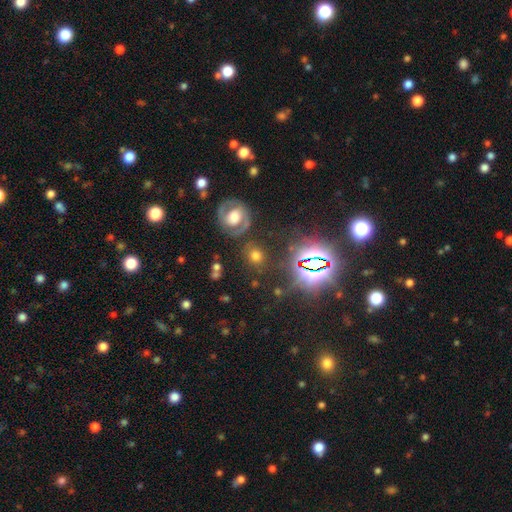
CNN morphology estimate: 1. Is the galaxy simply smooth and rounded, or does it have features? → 57% smooth, 24% star or artifact, 20% featured or disk.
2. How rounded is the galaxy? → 71% round, 27% in between, 1% cigar-shaped.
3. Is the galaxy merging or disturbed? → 77% none, 12% minor disturbance, 6% major disturbance, 5% merger.